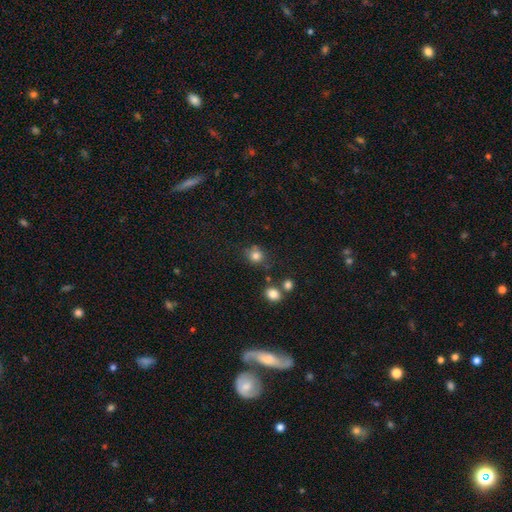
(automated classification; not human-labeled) This appears to be a smooth galaxy with no disk features (80%) that is round (81%). Merging: none (70%).